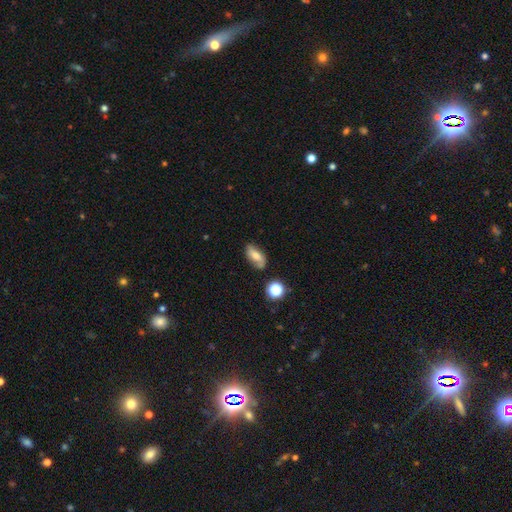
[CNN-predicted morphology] Smooth or featured? Predicted: smooth (p=0.55). How rounded? Predicted: in between (p=0.82). Merging? Predicted: none (p=0.70).